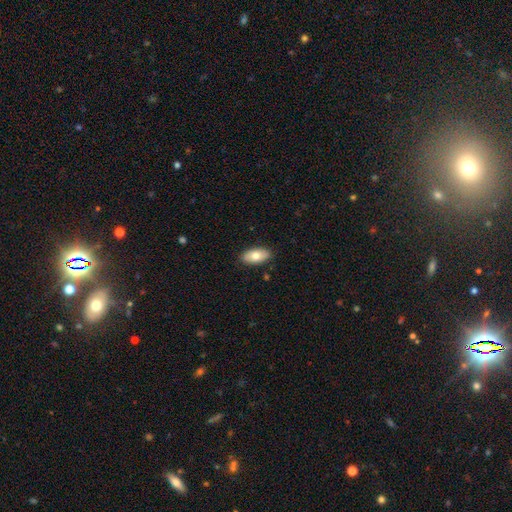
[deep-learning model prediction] Smooth or featured? Predicted: smooth (p=0.78). How rounded? Predicted: in between (p=0.93). Merging? Predicted: none (p=0.88).